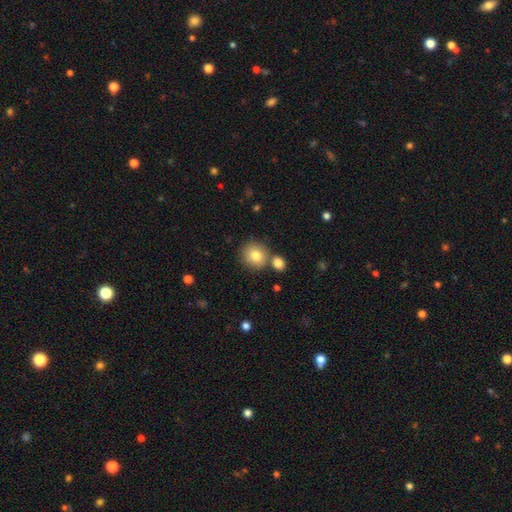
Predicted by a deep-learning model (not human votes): Smooth or featured? smooth (80%)
How rounded? round (89%)
Merging? none (70%)